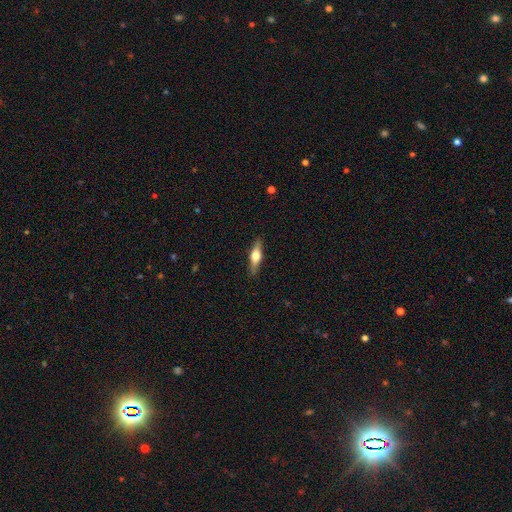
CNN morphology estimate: Q: Smooth or featured?
A: featured or disk (60%); runner-up: smooth (34%)
Q: Edge-on disk?
A: yes (95%); runner-up: no (5%)
Q: Edge-on bulge?
A: rounded (93%); runner-up: boxy (5%)
Q: Merging?
A: none (88%); runner-up: minor disturbance (9%)